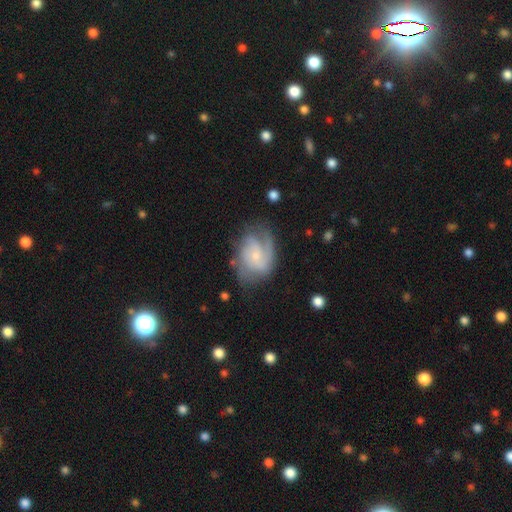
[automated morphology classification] Overall: featured or disk (77%). Edge-on disk: no (97%). Bar: no (58%; weak 36%). Spiral arms: yes (93%). Spiral arm count: 2 (47%; can't tell 20%). Spiral winding: medium (46%; tight 33%). Bulge size: small (66%). Merging: none (62%; minor disturbance 23%).